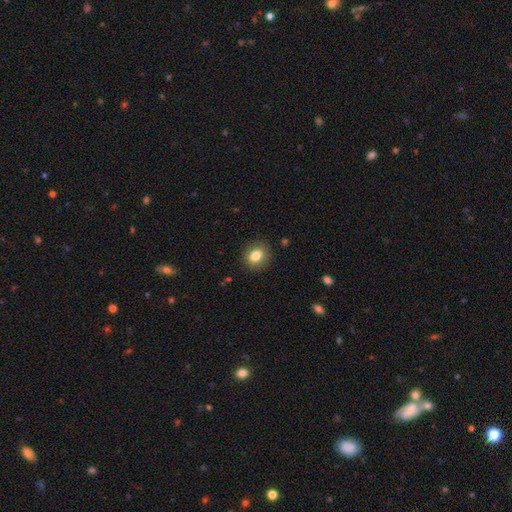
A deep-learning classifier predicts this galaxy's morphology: Smooth or featured? smooth (83%)
How rounded? round (61%)
Merging? none (88%)